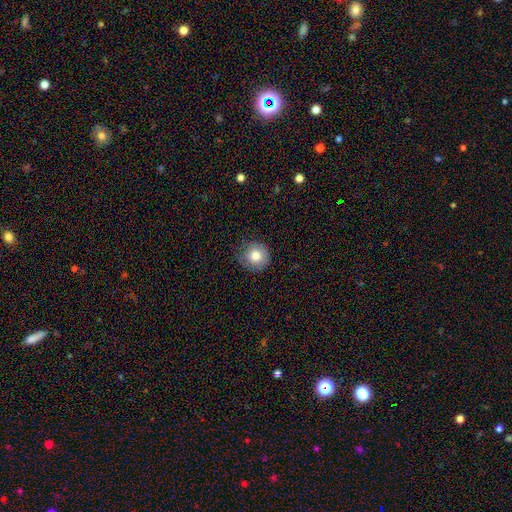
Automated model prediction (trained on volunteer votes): Smooth or featured: smooth — 80% (featured or disk — 10%)
How rounded: round — 93% (in between — 6%)
Merging: none — 79% (minor disturbance — 17%)